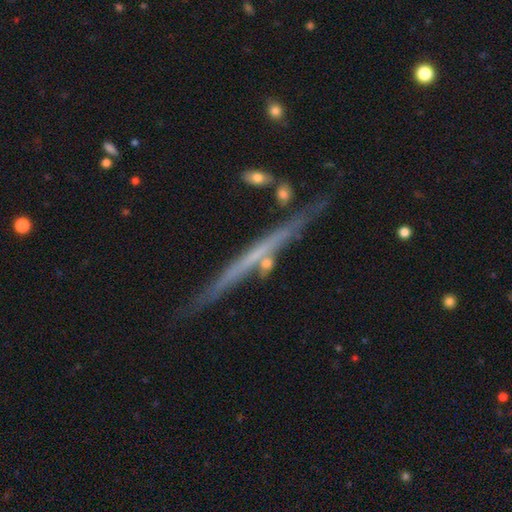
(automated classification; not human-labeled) smooth-or-featured: featured or disk: 68% | smooth: 25% | star or artifact: 7%
  disk-edge-on: yes: 96% | no: 4%
    edge-on-bulge: none: 85% | rounded: 10% | boxy: 4%
  merging: none: 82% | minor disturbance: 12% | merger: 4% | major disturbance: 3%